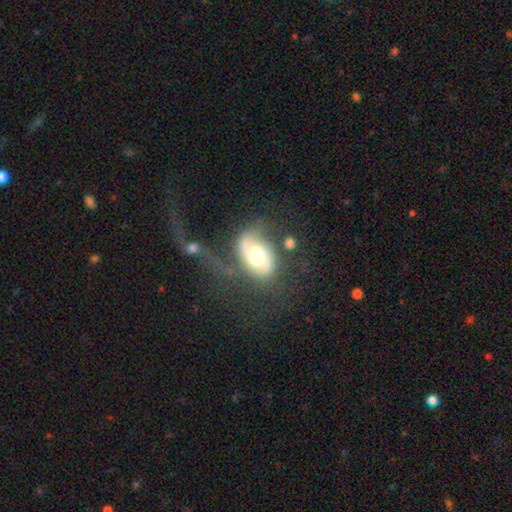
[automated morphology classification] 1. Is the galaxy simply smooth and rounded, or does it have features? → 64% featured or disk, 28% smooth, 7% star or artifact.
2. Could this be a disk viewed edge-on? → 95% no, 5% yes.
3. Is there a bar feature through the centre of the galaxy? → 64% no, 27% weak, 9% strong.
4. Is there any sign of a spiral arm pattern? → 75% yes, 25% no.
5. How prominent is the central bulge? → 53% moderate, 37% large, 5% dominant, 4% small, 1% none.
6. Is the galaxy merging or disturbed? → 35% none, 31% major disturbance, 20% minor disturbance, 14% merger.